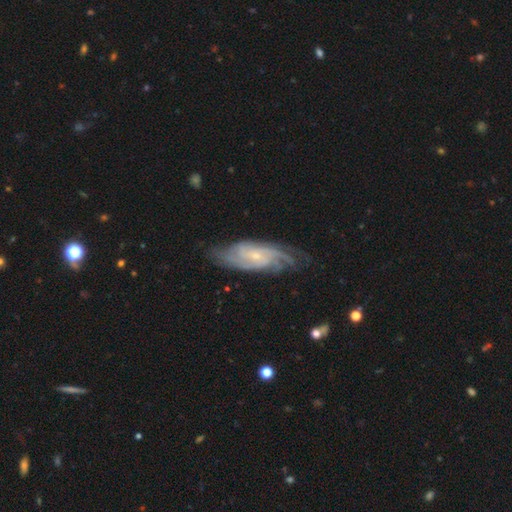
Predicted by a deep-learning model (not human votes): Overall: featured or disk (86%). Edge-on disk: no (92%). Bar: no (62%; weak 31%). Spiral arms: yes (97%). Spiral arm count: can't tell (25%; 2 24%). Spiral winding: tight (55%; medium 36%). Bulge size: small (78%). Merging: none (73%).